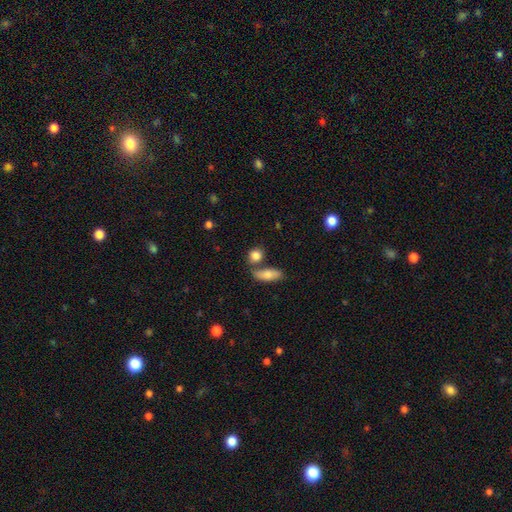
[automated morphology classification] smooth-or-featured: smooth: 84% | star or artifact: 8% | featured or disk: 8%
  how-rounded: round: 56% | in between: 37% | cigar-shaped: 6%
  merging: none: 63% | merger: 21% | minor disturbance: 12% | major disturbance: 4%